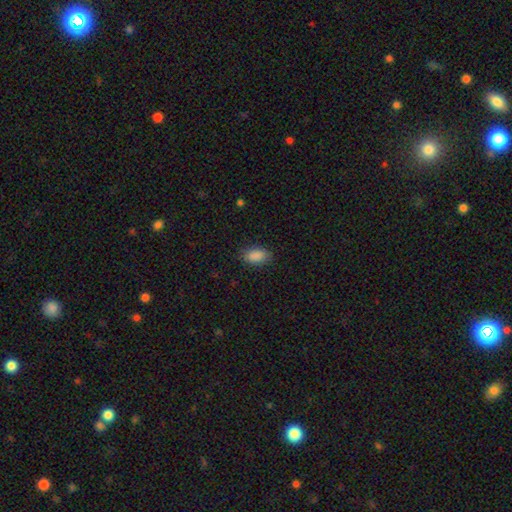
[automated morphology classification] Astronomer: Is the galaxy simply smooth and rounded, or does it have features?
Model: smooth — 89%.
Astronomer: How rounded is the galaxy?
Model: in between — 91%.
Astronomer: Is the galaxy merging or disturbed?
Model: none — 84%.